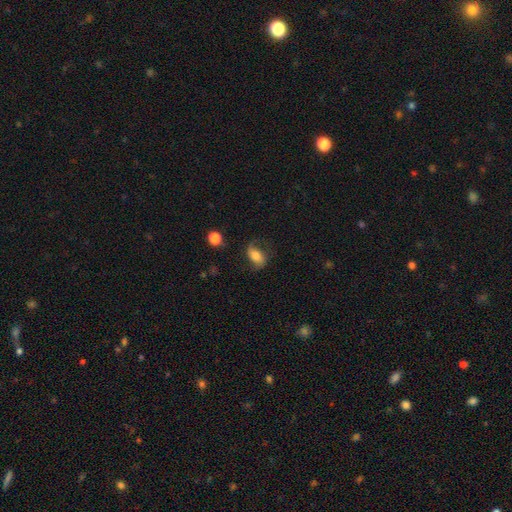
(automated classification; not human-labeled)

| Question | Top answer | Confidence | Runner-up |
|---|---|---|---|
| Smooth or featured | smooth | 59% | featured or disk (32%) |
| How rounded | in between | 83% | round (13%) |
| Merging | none | 60% | minor disturbance (24%) |